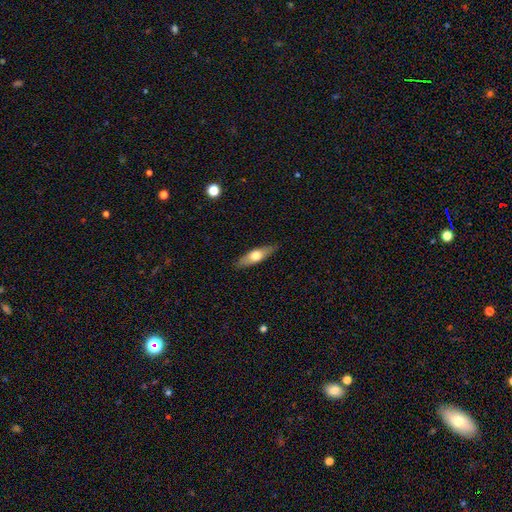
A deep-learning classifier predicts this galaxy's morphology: Smooth or featured? Predicted: smooth (p=0.55). How rounded? Predicted: in between (p=0.49). Merging? Predicted: none (p=0.87).